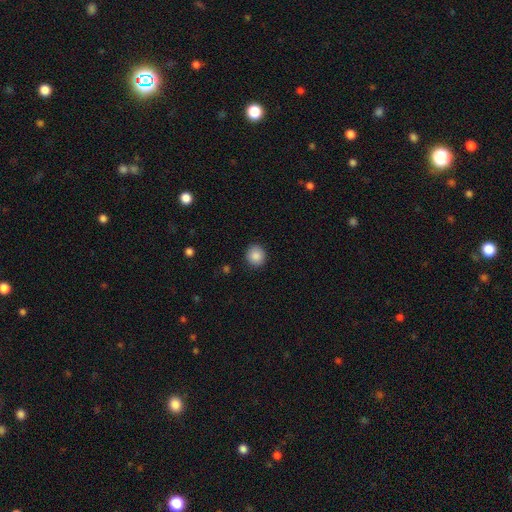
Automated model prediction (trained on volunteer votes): smooth_or_featured: smooth (p=0.88) [alt: star or artifact p=0.09]
how_rounded: round (p=0.87) [alt: in between p=0.12]
merging: none (p=0.90) [alt: minor disturbance p=0.07]